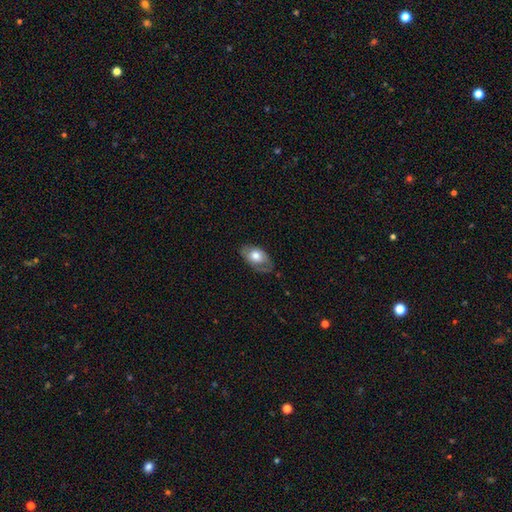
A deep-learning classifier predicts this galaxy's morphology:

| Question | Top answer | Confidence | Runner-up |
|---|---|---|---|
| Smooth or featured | smooth | 61% | featured or disk (33%) |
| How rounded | in between | 90% | round (8%) |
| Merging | none | 65% | minor disturbance (25%) |